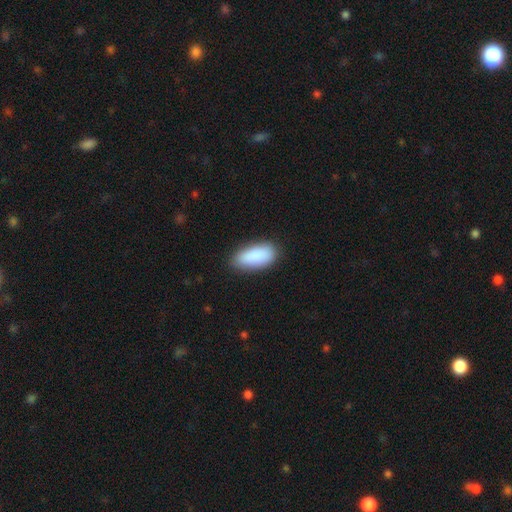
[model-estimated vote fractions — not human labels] Smooth or featured? smooth (89%)
How rounded? in between (88%)
Merging? none (83%)